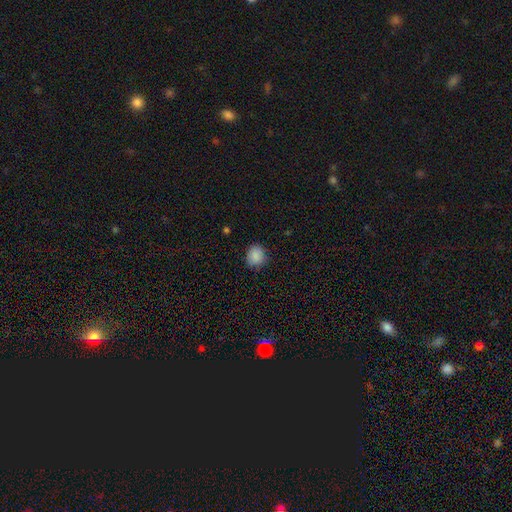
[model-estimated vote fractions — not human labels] Q: Smooth or featured?
A: smooth (87%); runner-up: star or artifact (9%)
Q: How rounded?
A: round (72%); runner-up: in between (27%)
Q: Merging?
A: none (82%); runner-up: minor disturbance (14%)